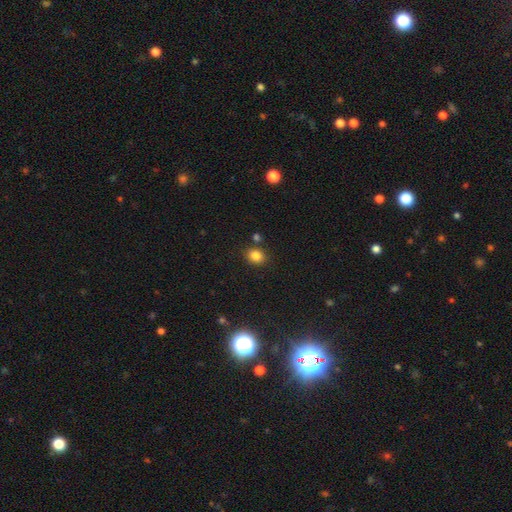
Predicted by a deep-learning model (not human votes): Smooth or featured? smooth (83%)
How rounded? round (57%)
Merging? none (81%)